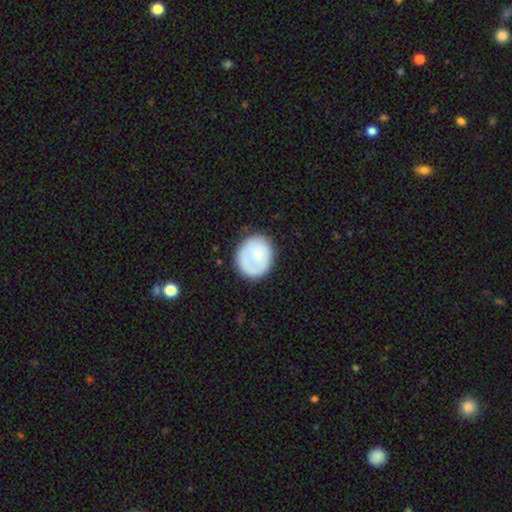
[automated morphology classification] This is likely a smooth galaxy (71%). How rounded: likely round (68%). Merging: likely none (73%).